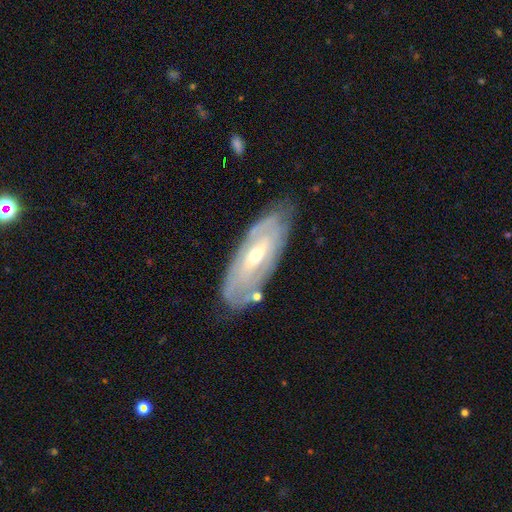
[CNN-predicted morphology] featured or disk 75%, smooth 19%, star or artifact 6%. Down the decision tree: edge-on disk — no (84%); bar — weak (40%); spiral arms — yes (72%); bulge size — moderate (50%); merging — none (77%).